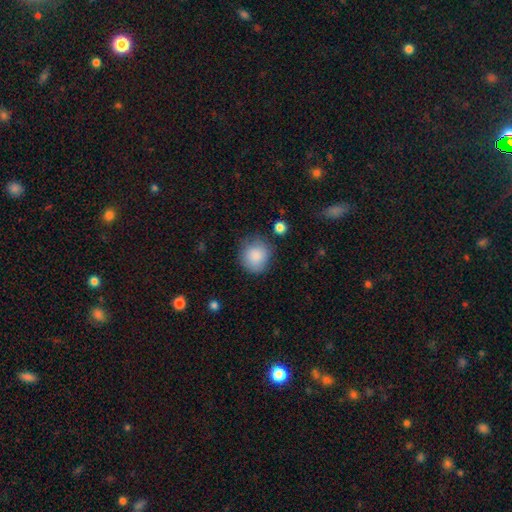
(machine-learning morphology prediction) type=smooth (88%); roundness=round (86%); merging=none (74%).